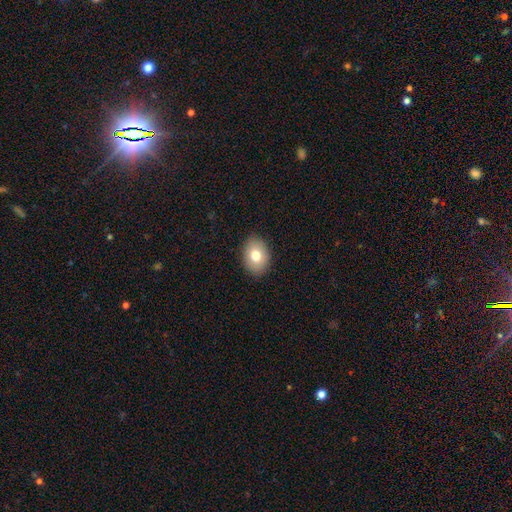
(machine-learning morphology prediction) This appears to be a smooth galaxy with no disk features (77%) that is in between round and cigar-shaped (71%). Merging: none (88%).